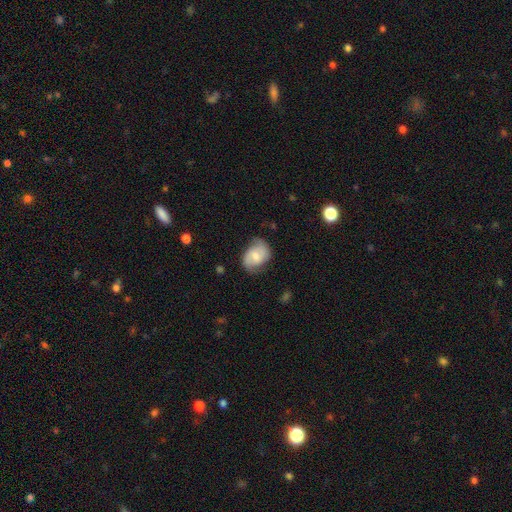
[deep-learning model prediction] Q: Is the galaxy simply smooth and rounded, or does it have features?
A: featured or disk — 52%.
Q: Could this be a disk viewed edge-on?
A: no — 97%.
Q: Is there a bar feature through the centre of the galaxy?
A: weak — 46%.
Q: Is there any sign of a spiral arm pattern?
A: yes — 85%.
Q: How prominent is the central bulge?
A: moderate — 50%.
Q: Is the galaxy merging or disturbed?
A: none — 65%.